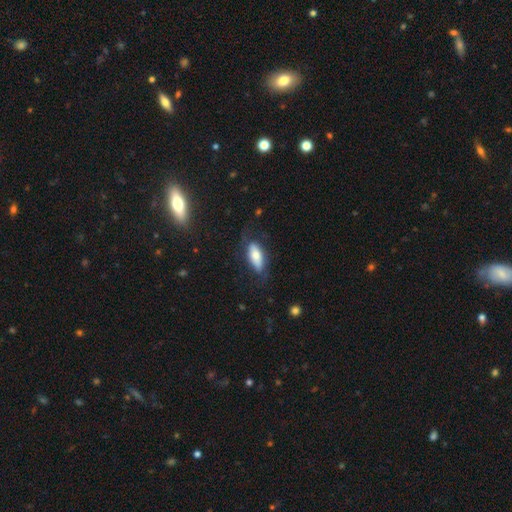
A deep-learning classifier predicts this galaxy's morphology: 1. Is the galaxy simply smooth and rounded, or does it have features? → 67% smooth, 26% featured or disk, 7% star or artifact.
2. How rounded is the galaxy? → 74% in between, 24% cigar-shaped, 2% round.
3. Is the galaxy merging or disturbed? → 62% none, 23% minor disturbance, 13% major disturbance, 2% merger.